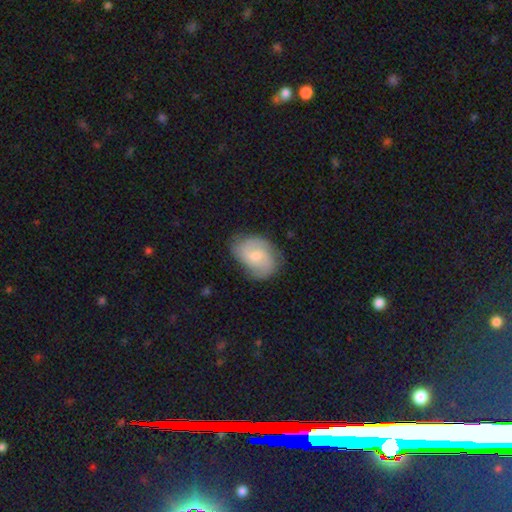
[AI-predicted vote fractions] smooth-or-featured: featured or disk: 65% | smooth: 29% | star or artifact: 6%
  disk-edge-on: no: 97% | yes: 3%
    bar: no: 50% | weak: 44% | strong: 6%
    has-spiral-arms: yes: 92% | no: 8%
      spiral-winding: medium: 48% | tight: 31% | loose: 21%
      spiral-arm-count: 2: 64% | can't tell: 16% | 3: 12% | 1: 3% | 4: 3% | more than 4: 2%
    bulge-size: small: 52% | moderate: 42% | none: 3% | large: 2% | dominant: 1%
  merging: none: 72% | minor disturbance: 21% | major disturbance: 6% | merger: 1%